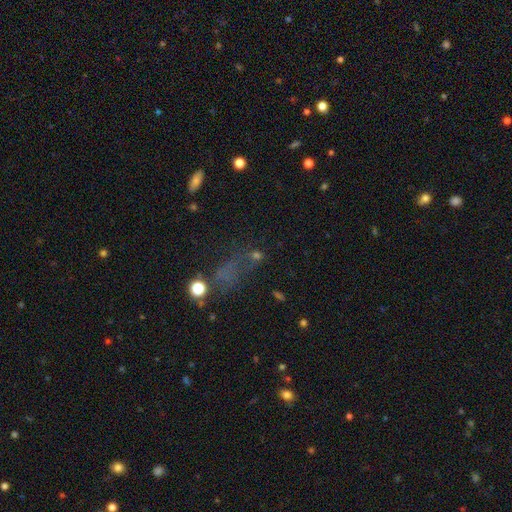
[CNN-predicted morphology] This appears to be a smooth galaxy with no disk features (43%). Merging: none (45%).